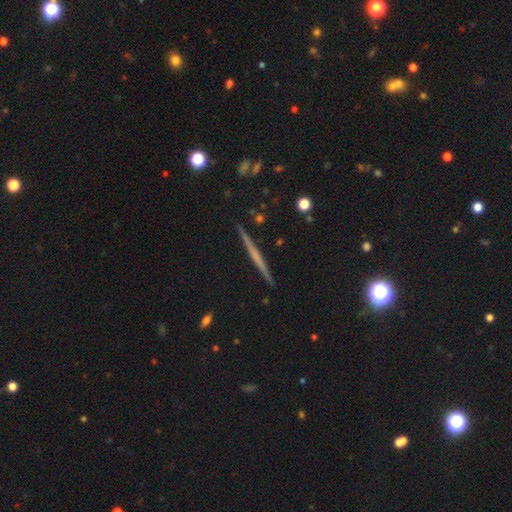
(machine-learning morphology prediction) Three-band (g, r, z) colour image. It shows a featured or disk galaxy (65%) viewed edge-on (98%) with no central bulge (73%). Merging: none (92%).